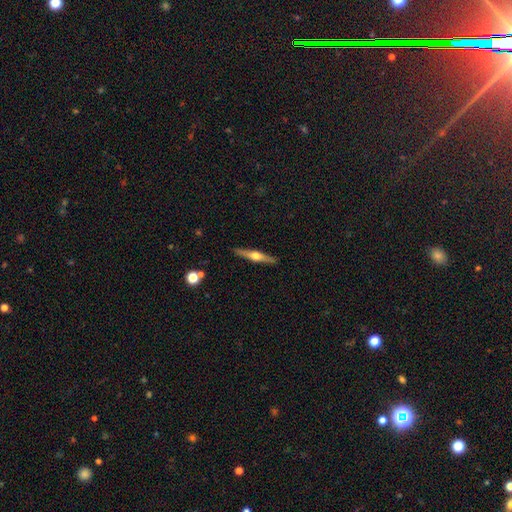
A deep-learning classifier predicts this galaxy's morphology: smooth-or-featured: featured or disk: 70% | smooth: 24% | star or artifact: 6%
  disk-edge-on: yes: 97% | no: 3%
    edge-on-bulge: rounded: 94% | boxy: 3% | none: 3%
  merging: none: 90% | minor disturbance: 7% | major disturbance: 1% | merger: 1%